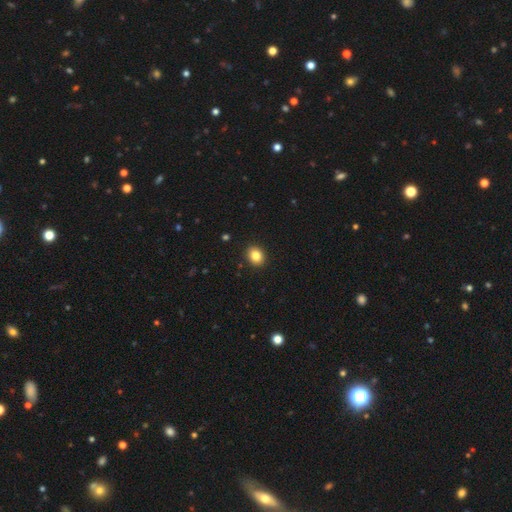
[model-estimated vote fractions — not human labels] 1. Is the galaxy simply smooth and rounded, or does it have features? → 84% smooth, 10% star or artifact, 6% featured or disk.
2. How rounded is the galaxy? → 53% round, 46% in between, 1% cigar-shaped.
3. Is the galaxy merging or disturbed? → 91% none, 6% minor disturbance, 2% major disturbance, 1% merger.